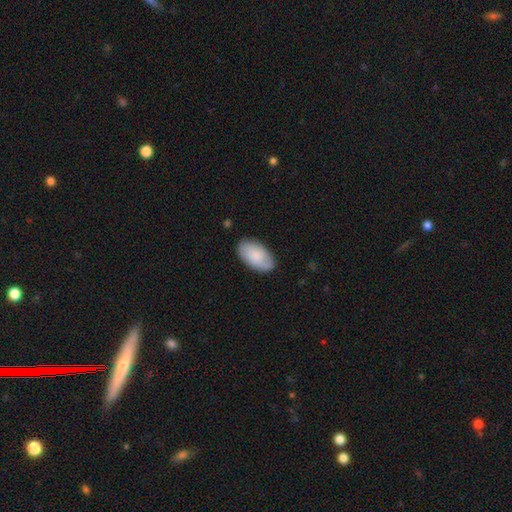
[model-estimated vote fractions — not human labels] Morphology: type=smooth (81%); roundness=in between (96%); merging=none (82%).